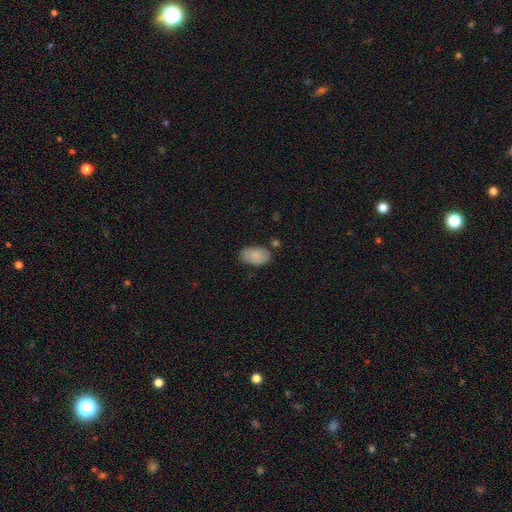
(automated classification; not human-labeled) This appears to be a smooth galaxy with no disk features (87%) that is in between round and cigar-shaped (93%). Merging: none (74%).